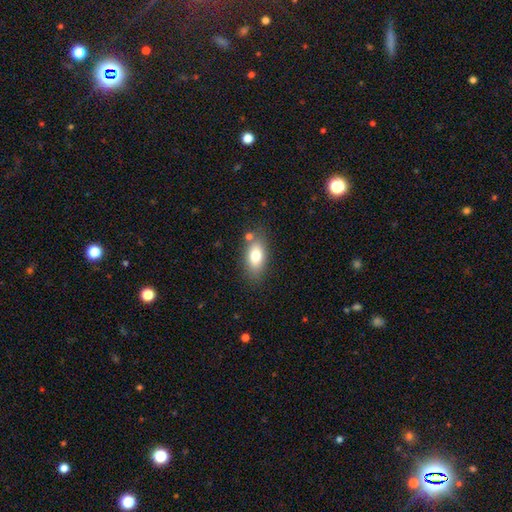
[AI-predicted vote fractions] Overall: smooth (77%). How rounded: in between (87%). Merging: none (75%).